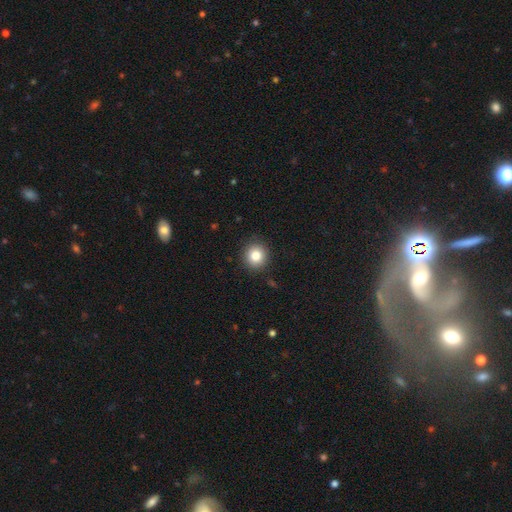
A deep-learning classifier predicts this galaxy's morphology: type=smooth (83%); roundness=round (89%); merging=none (90%).